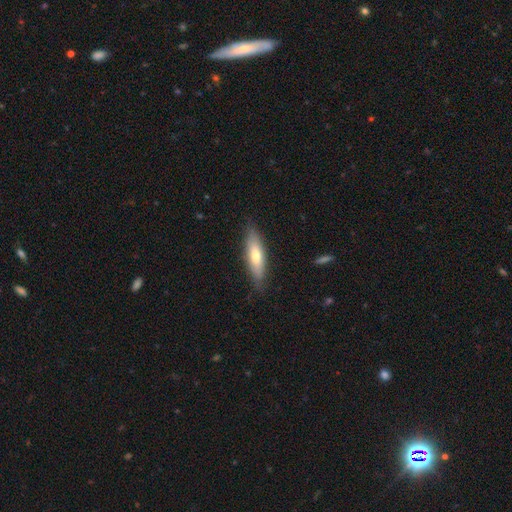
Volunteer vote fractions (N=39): A smooth galaxy with no disk features (62%) that is cigar-shaped (88%).

Vote fractions:
- Smooth or featured? smooth: 62% / featured or disk: 36% / star or artifact: 3%
- How rounded? cigar-shaped: 88% / in between: 12% / round: 0%
- Merging? none: 87% / minor disturbance: 11% / major disturbance: 3% / merger: 0%